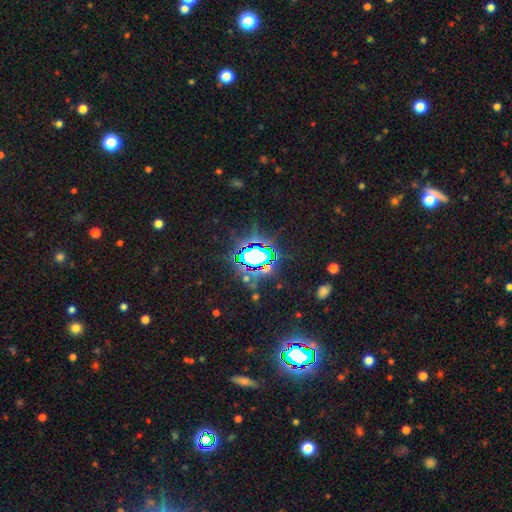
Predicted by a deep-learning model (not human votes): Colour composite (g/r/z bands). It shows a star or artifact, not a galaxy (77%).